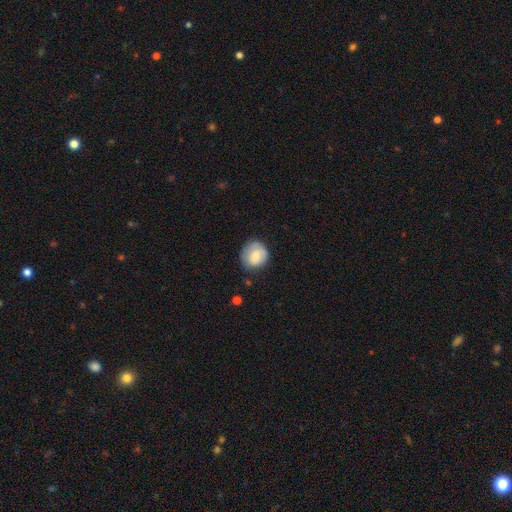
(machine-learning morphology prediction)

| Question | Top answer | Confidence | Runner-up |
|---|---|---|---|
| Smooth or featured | smooth | 76% | featured or disk (17%) |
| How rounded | round | 79% | in between (20%) |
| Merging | none | 64% | minor disturbance (26%) |